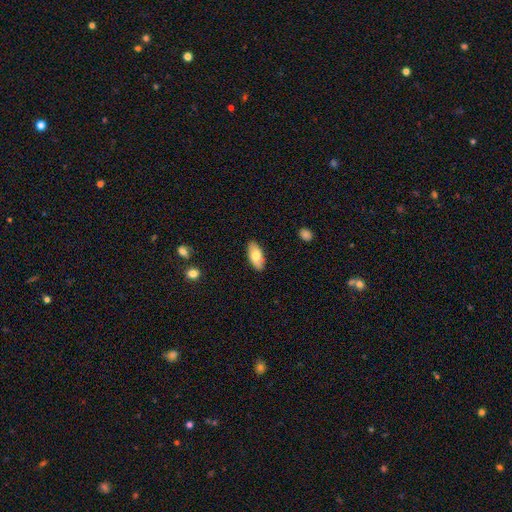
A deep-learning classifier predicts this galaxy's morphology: Smooth or featured? smooth (74%)
How rounded? in between (90%)
Merging? none (87%)